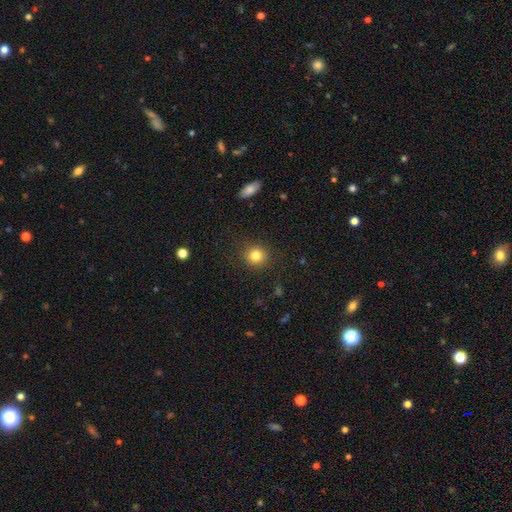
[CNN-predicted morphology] smooth 83%, star or artifact 11%, featured or disk 6%. Down the decision tree: how rounded — round (89%); merging — none (89%).